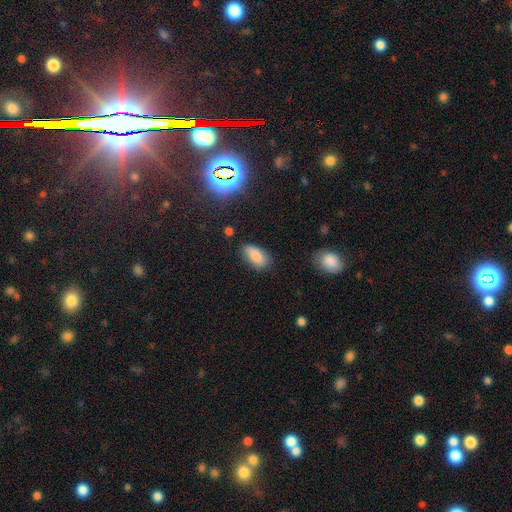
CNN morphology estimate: type=smooth (84%); roundness=in between (90%); merging=none (76%).